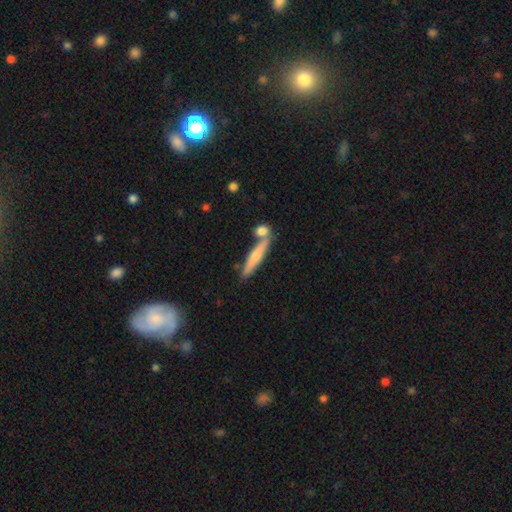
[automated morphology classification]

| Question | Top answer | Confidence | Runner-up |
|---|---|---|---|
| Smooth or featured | smooth | 56% | featured or disk (38%) |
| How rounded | cigar-shaped | 89% | in between (9%) |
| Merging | none | 67% | merger (19%) |